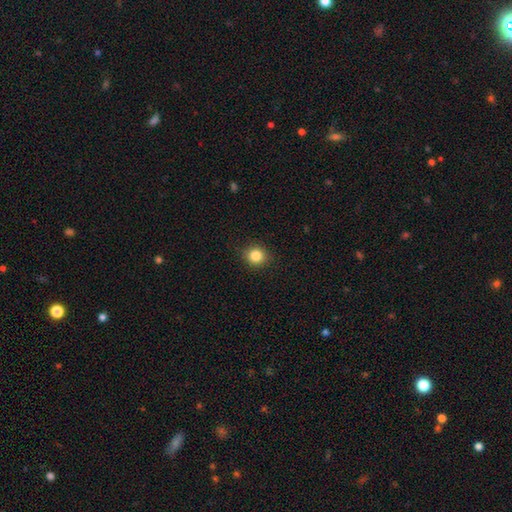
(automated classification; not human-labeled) The model was most divided on "smooth or featured": smooth: 85%, star or artifact: 11%, featured or disk: 5%. More confident: merging — none (89%); how rounded — round (88%).